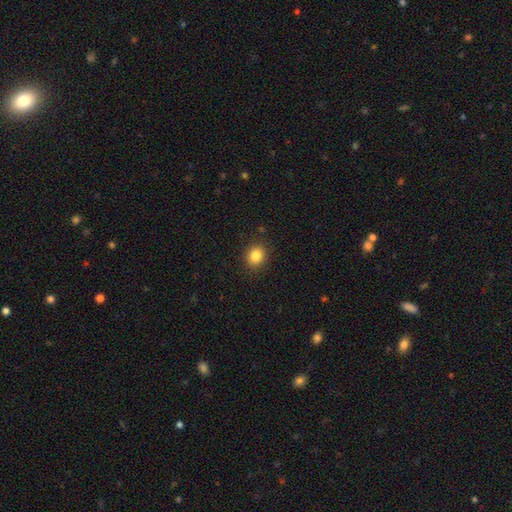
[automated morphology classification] A smooth galaxy with no disk features (84%) that is round (77%). Merging: none (90%).